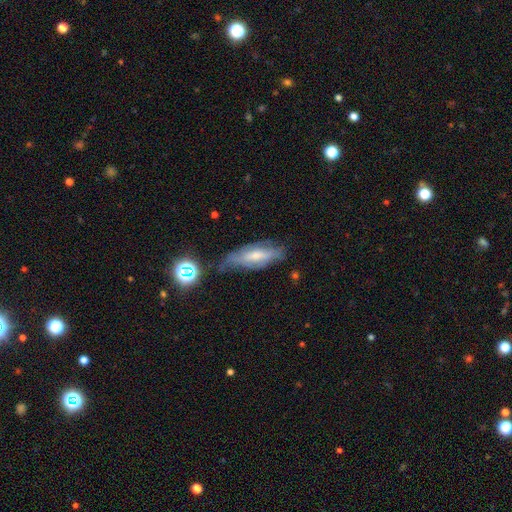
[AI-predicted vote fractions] Smooth or featured?
  - featured or disk: 47% *
  - smooth: 43%
  - star or artifact: 10%
Merging?
  - none: 54% *
  - minor disturbance: 30%
  - major disturbance: 11%
  - merger: 4%